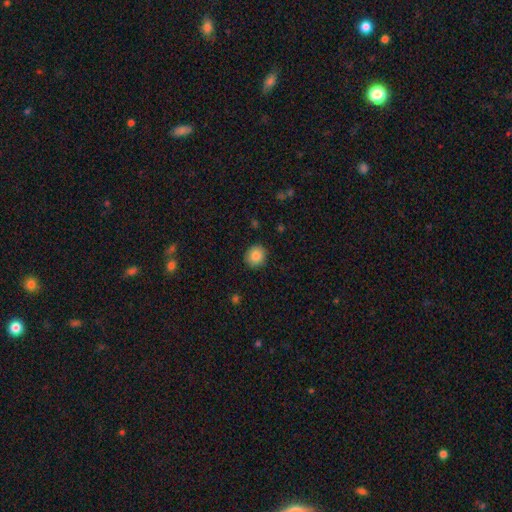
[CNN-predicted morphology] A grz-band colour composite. It shows a smooth galaxy with no disk features (85%) that is round (86%). Merging: none (90%).